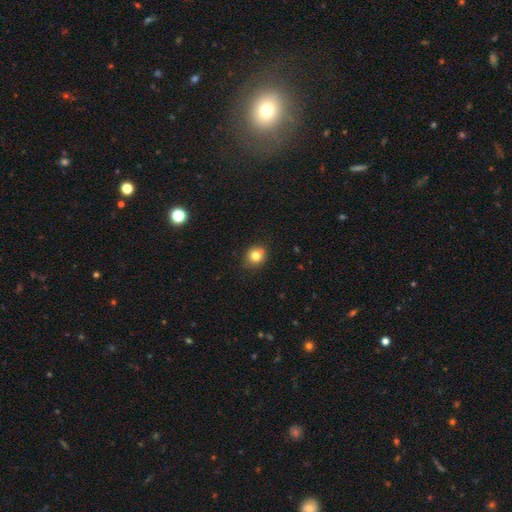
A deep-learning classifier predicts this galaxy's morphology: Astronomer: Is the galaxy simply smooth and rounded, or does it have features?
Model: smooth — 79%.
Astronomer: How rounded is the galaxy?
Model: round — 83%.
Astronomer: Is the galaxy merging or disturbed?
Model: none — 73%.